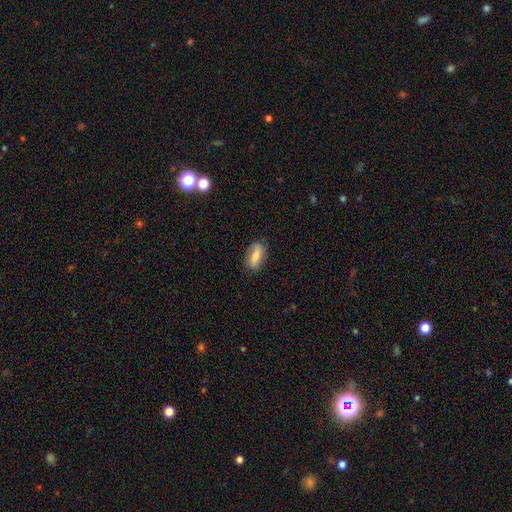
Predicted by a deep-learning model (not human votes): smooth-or-featured: smooth: 73% | featured or disk: 20% | star or artifact: 7%
  how-rounded: in between: 82% | cigar-shaped: 14% | round: 4%
  merging: none: 79% | minor disturbance: 16% | major disturbance: 4% | merger: 1%